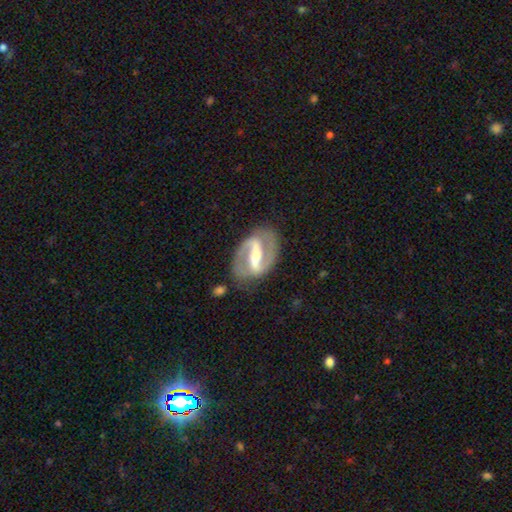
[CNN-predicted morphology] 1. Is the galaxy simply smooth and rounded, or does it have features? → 90% featured or disk, 6% smooth, 4% star or artifact.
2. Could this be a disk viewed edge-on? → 97% no, 3% yes.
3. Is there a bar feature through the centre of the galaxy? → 73% strong, 20% weak, 7% no.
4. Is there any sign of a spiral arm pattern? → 94% yes, 6% no.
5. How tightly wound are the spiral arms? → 54% medium, 26% tight, 20% loose.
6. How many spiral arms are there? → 93% 2, 3% can't tell, 2% 1, 1% 3, 1% 4, 1% more than 4.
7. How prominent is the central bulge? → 51% moderate, 35% small, 8% large, 4% none, 2% dominant.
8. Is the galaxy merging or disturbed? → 81% none, 12% minor disturbance, 5% major disturbance, 2% merger.